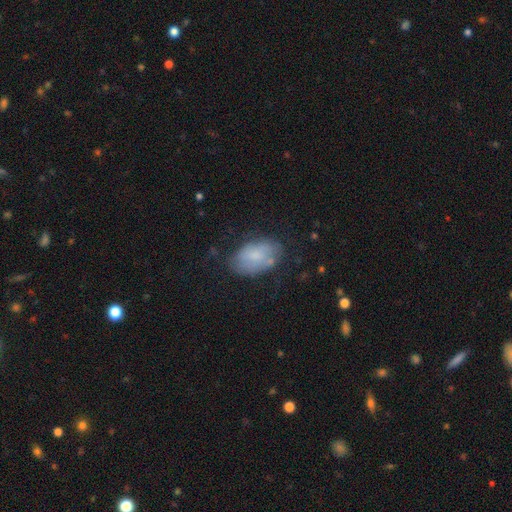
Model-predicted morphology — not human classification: This appears to be a smooth galaxy with no disk features (68%) that is in between round and cigar-shaped (92%). Merging: none (61%).